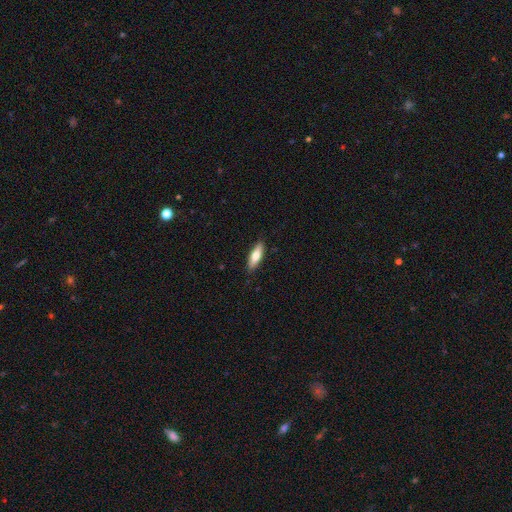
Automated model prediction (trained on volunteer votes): Smooth or featured? Predicted: smooth (p=0.70). How rounded? Predicted: cigar-shaped (p=0.50). Merging? Predicted: none (p=0.88).